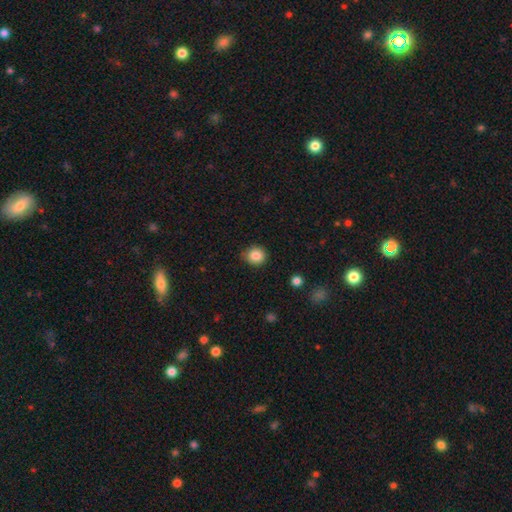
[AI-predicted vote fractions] This is clearly a smooth galaxy (85%). How rounded: clearly round (86%). Merging: clearly none (84%).